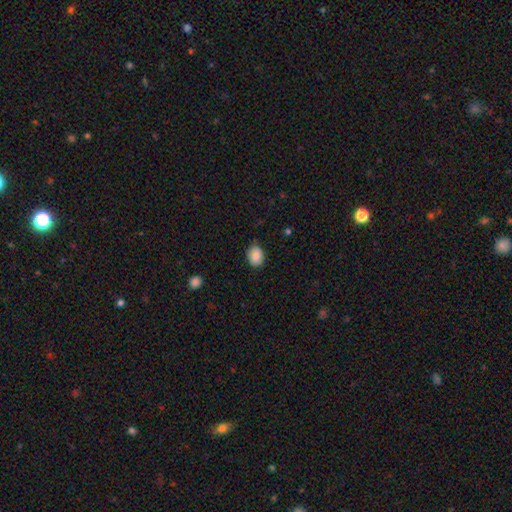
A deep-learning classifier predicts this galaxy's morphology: type=smooth (89%); roundness=in between (63%); merging=none (80%).